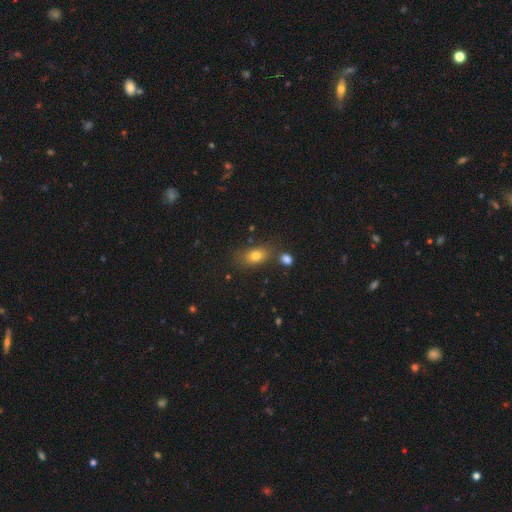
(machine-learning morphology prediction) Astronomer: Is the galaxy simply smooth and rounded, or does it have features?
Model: smooth — 78%.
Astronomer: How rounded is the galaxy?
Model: in between — 82%.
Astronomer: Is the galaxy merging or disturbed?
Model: none — 71%.